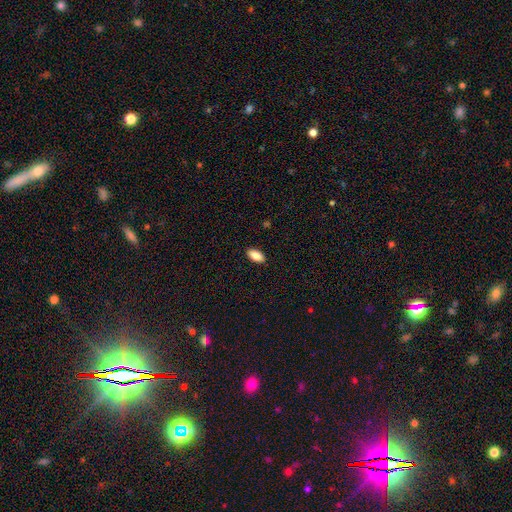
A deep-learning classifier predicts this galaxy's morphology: Smooth or featured: smooth — 86% (featured or disk — 8%)
How rounded: in between — 92% (cigar-shaped — 6%)
Merging: none — 90% (minor disturbance — 7%)